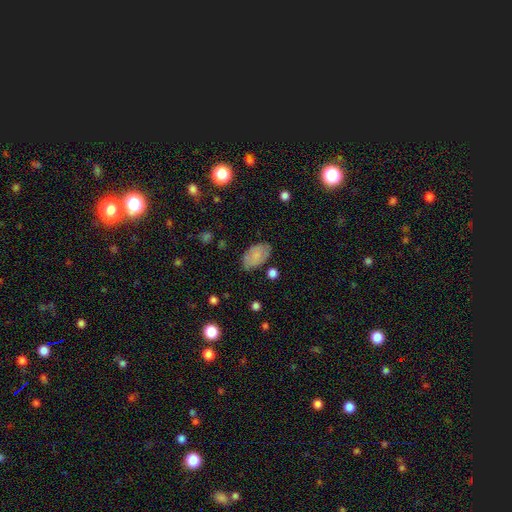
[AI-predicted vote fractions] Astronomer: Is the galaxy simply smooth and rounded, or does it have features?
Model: smooth — 75%.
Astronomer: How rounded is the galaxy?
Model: in between — 92%.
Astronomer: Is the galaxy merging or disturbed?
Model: none — 76%.